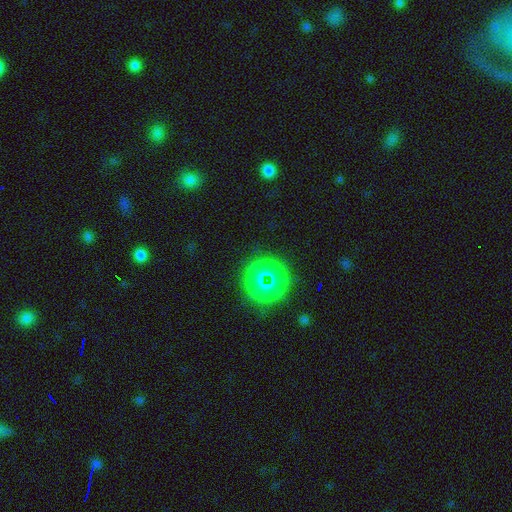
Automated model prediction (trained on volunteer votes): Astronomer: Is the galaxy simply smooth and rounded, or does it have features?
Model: star or artifact — 73%.